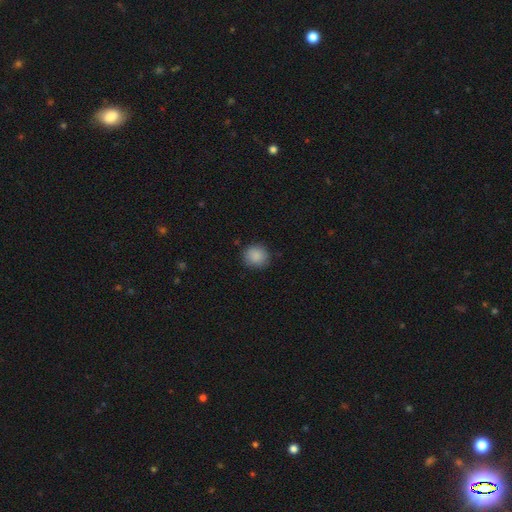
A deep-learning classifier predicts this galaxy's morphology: Overall: smooth (88%). How rounded: round (87%). Merging: none (85%).